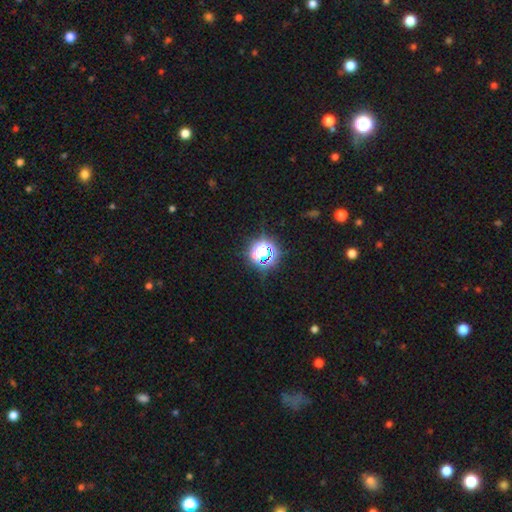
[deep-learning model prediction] This appears to be a star or artifact, not a galaxy (66%).